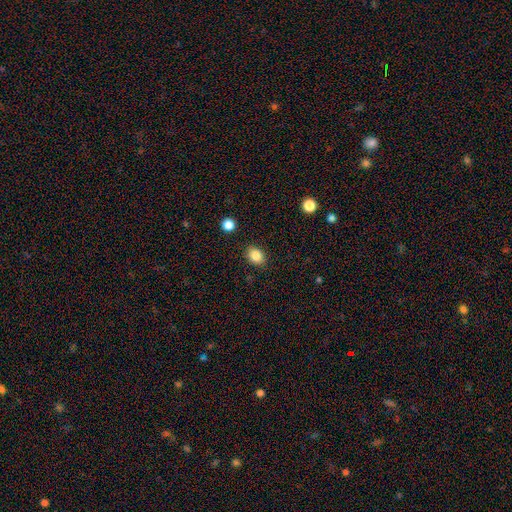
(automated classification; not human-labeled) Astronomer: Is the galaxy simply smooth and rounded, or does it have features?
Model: smooth — 85%.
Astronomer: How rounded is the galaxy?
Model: in between — 65%.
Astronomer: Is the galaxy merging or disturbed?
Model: none — 88%.